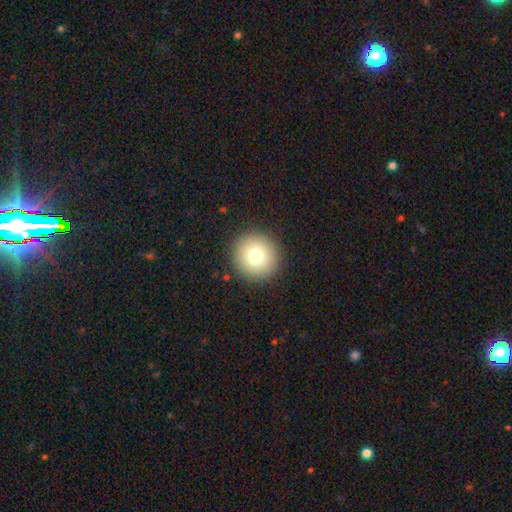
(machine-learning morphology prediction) smooth_or_featured: smooth (p=0.76) [alt: featured or disk p=0.13]
how_rounded: round (p=0.94) [alt: in between p=0.05]
merging: none (p=0.91) [alt: minor disturbance p=0.06]